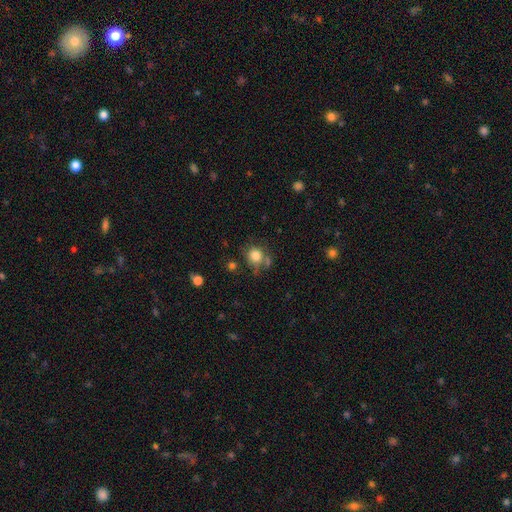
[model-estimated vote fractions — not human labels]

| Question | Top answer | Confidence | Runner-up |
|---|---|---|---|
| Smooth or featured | smooth | 80% | star or artifact (11%) |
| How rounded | round | 83% | in between (16%) |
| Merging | none | 61% | minor disturbance (18%) |